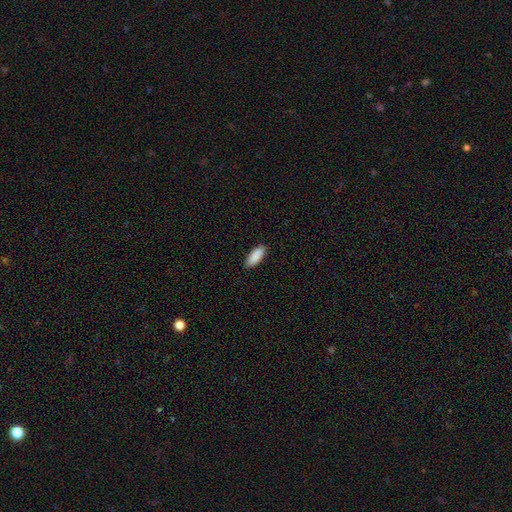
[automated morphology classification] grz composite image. It shows a smooth galaxy with no disk features (91%) that is in between round and cigar-shaped (74%). Merging: none (88%).